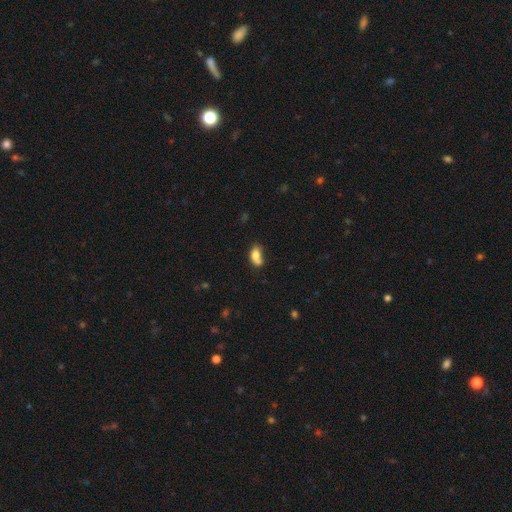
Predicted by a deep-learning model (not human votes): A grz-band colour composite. It shows a smooth galaxy with no disk features (74%) that is in between round and cigar-shaped (82%). Merging: merger (41%).